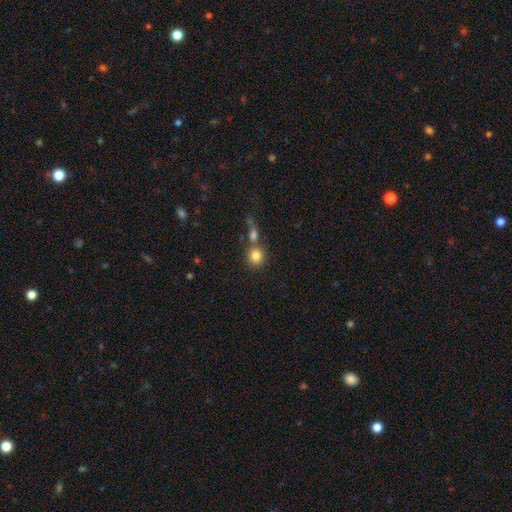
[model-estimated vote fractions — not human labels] A smooth galaxy with no disk features (82%) that is round (85%). Merging: none (52%).